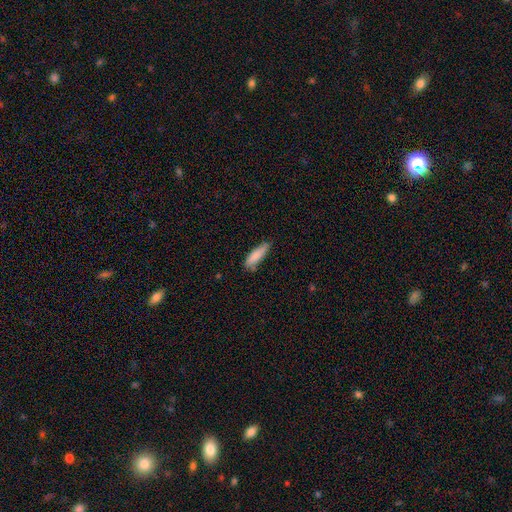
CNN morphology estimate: This is clearly a smooth galaxy (84%). How rounded: likely cigar-shaped (61%). Merging: likely none (70%).